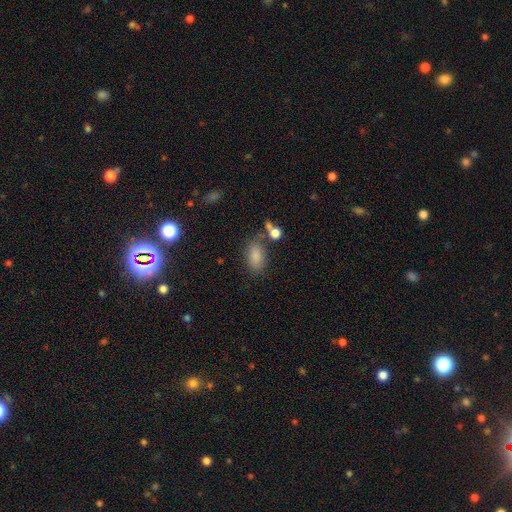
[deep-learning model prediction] Smooth or featured? smooth (84%)
How rounded? in between (90%)
Merging? none (68%)